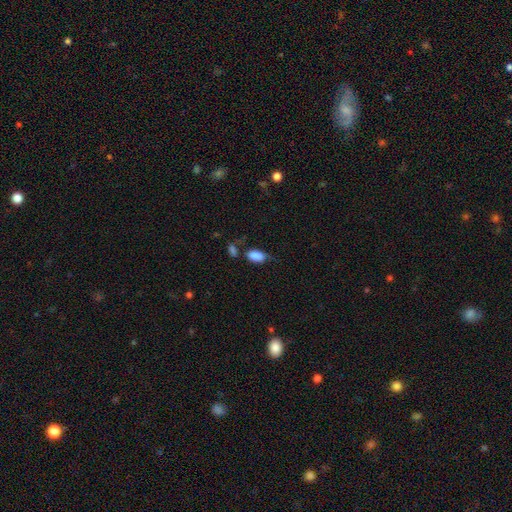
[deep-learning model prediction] Smooth or featured? Predicted: smooth (p=0.84). How rounded? Predicted: in between (p=0.92). Merging? Predicted: none (p=0.45).